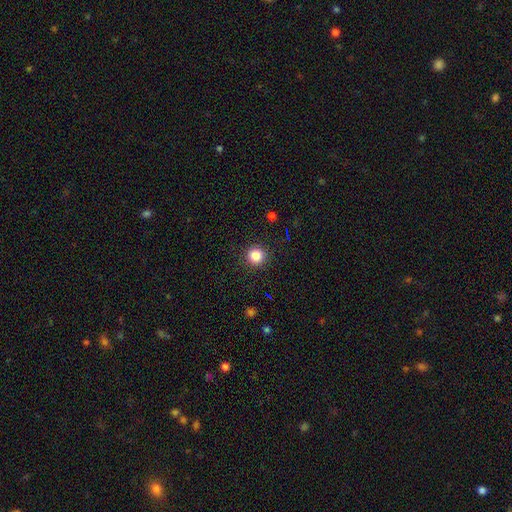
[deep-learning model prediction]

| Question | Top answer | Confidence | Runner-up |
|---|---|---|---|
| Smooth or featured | smooth | 85% | star or artifact (11%) |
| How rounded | round | 94% | in between (6%) |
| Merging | none | 91% | minor disturbance (6%) |